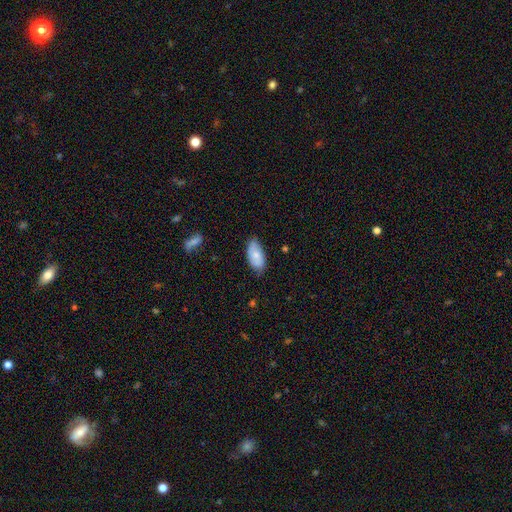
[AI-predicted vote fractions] Smooth or featured?
  - smooth: 69% *
  - featured or disk: 24%
  - star or artifact: 6%
How rounded?
  - in between: 93% *
  - cigar-shaped: 4%
  - round: 3%
Merging?
  - none: 71% *
  - minor disturbance: 24%
  - major disturbance: 4%
  - merger: 1%